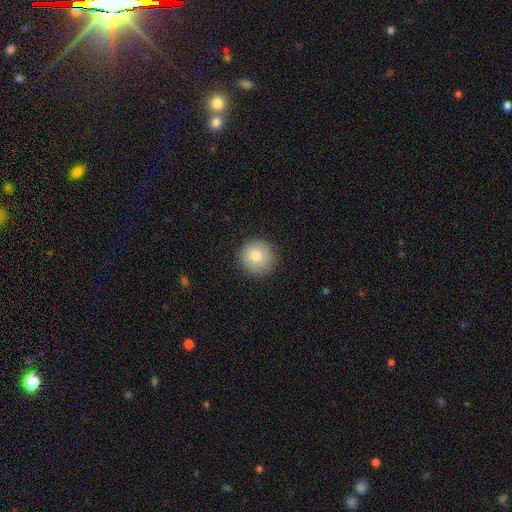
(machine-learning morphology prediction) This is clearly a smooth galaxy (81%). How rounded: clearly round (95%). Merging: clearly none (90%).